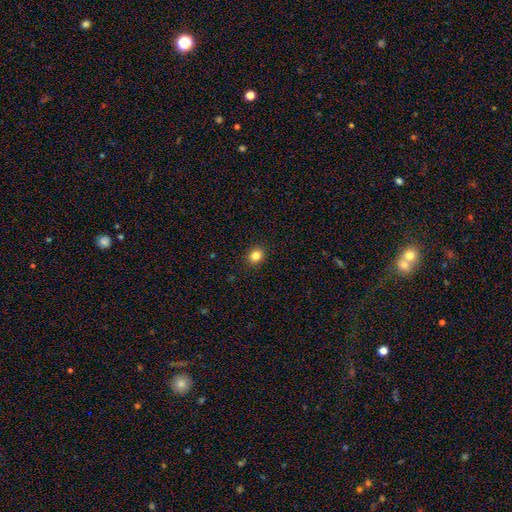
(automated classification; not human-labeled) Morphology: type=smooth (83%); roundness=round (67%); merging=none (91%).